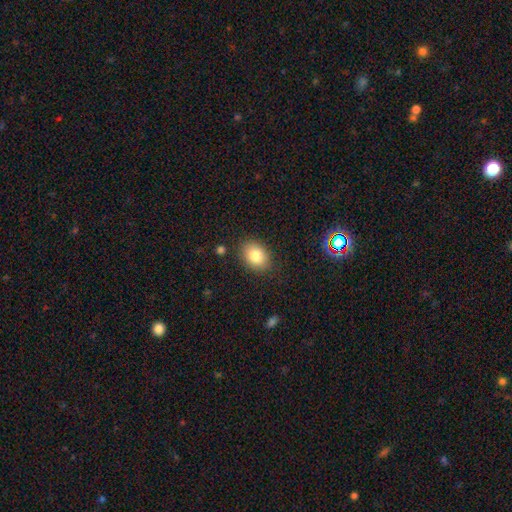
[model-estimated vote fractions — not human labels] Smooth or featured? Predicted: smooth (p=0.83). How rounded? Predicted: in between (p=0.69). Merging? Predicted: none (p=0.85).